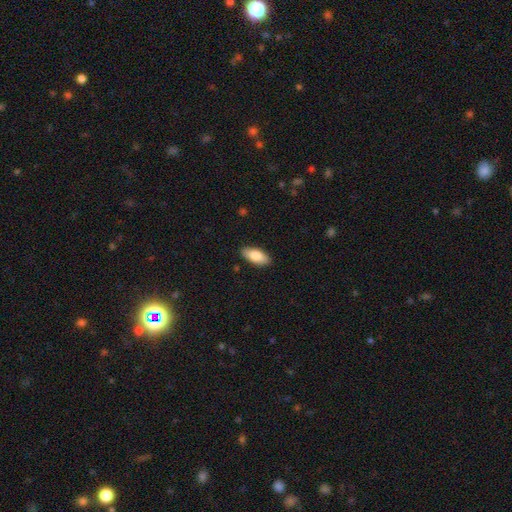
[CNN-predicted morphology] smooth_or_featured: smooth (p=0.81) [alt: featured or disk p=0.13]
how_rounded: in between (p=0.88) [alt: cigar-shaped p=0.10]
merging: none (p=0.88) [alt: minor disturbance p=0.09]